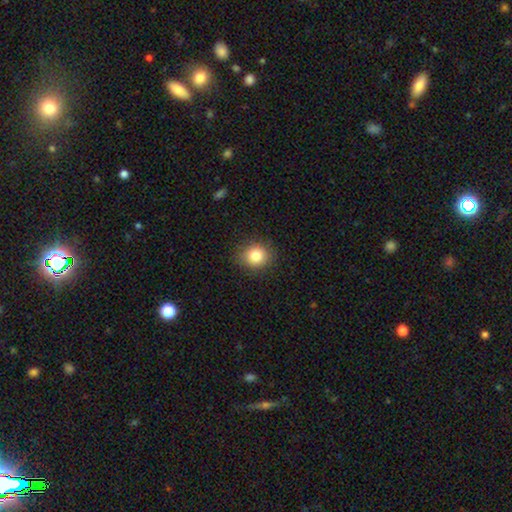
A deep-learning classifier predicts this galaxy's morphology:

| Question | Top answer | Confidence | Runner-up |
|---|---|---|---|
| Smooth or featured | smooth | 82% | star or artifact (10%) |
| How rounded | round | 80% | in between (19%) |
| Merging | none | 88% | minor disturbance (9%) |